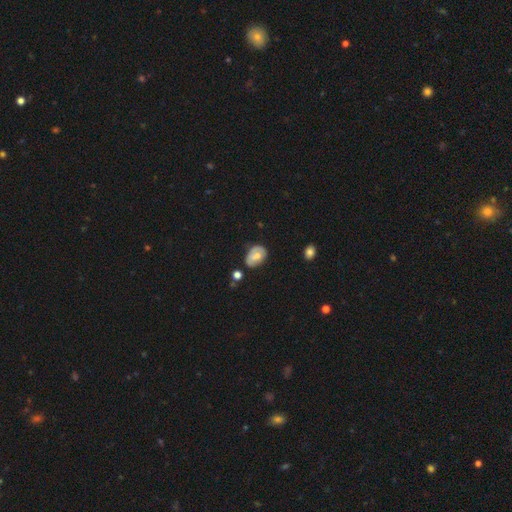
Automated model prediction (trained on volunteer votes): Overall: smooth (59%; featured or disk 33%). How rounded: in between (78%). Merging: none (57%; minor disturbance 31%).